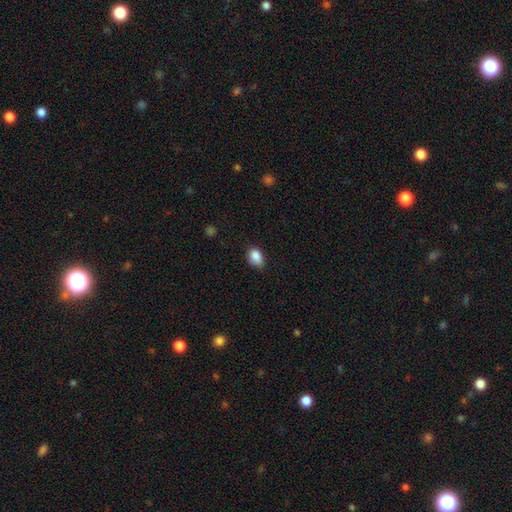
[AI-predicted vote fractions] Overall: smooth (87%). How rounded: in between (79%). Merging: none (73%).